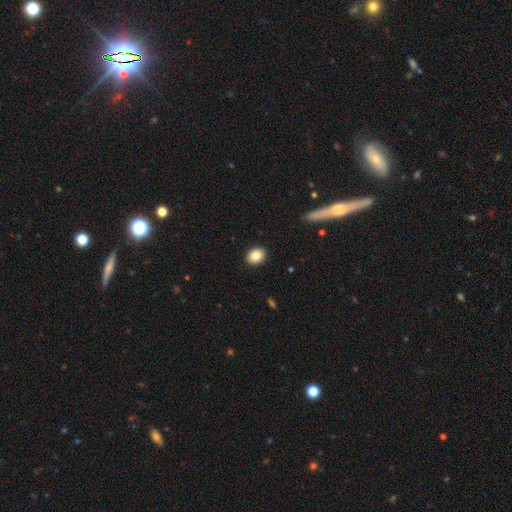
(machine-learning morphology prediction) Overall: smooth (85%). How rounded: in between (53%; round 46%). Merging: none (91%).